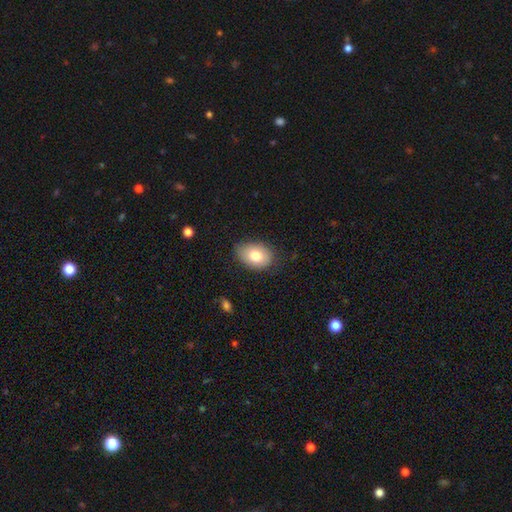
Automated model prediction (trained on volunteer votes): Smooth or featured? smooth (79%)
How rounded? in between (83%)
Merging? none (77%)